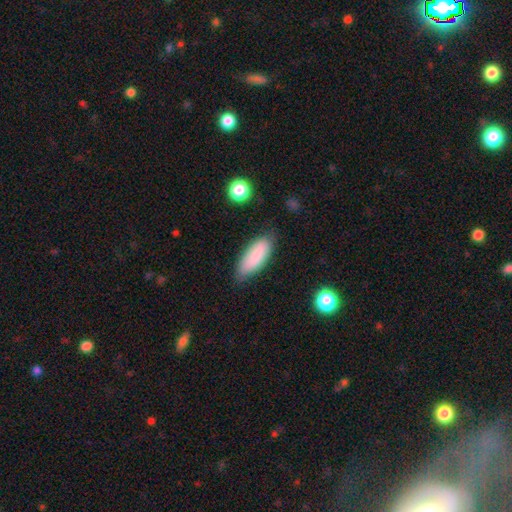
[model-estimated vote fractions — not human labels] A smooth galaxy with no disk features (85%) that is in between round and cigar-shaped (72%).

Vote fractions:
- Smooth or featured? smooth: 85% / featured or disk: 9% / star or artifact: 7%
- How rounded? in between: 72% / cigar-shaped: 26% / round: 2%
- Merging? none: 75% / minor disturbance: 19% / major disturbance: 4% / merger: 2%